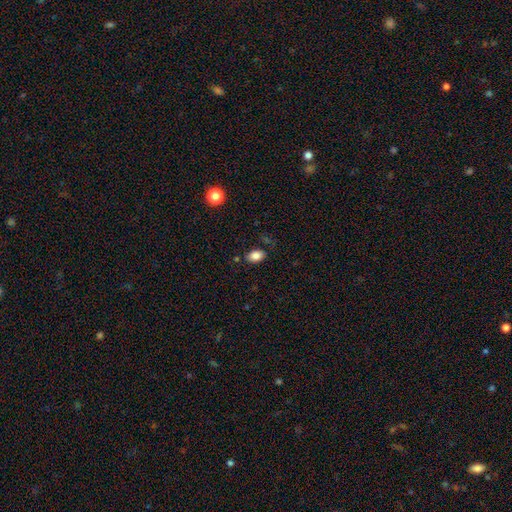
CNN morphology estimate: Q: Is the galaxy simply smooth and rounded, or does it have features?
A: smooth — 84%.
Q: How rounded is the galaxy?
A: in between — 86%.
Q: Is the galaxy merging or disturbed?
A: none — 82%.